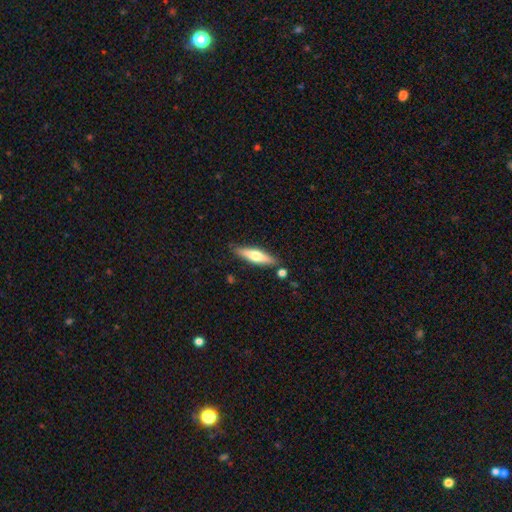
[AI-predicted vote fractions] This is possibly a smooth galaxy (49%). Merging: clearly none (81%).